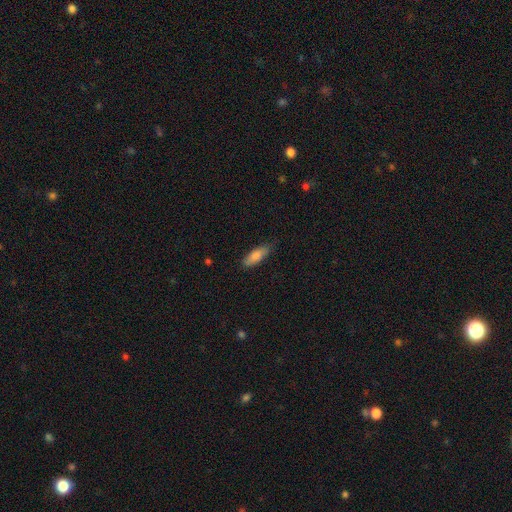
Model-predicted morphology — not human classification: This appears to be a smooth galaxy with no disk features (78%) that is in between round and cigar-shaped (54%). Merging: none (81%).